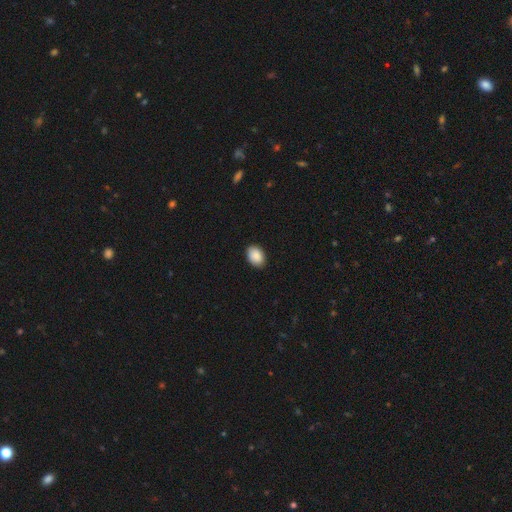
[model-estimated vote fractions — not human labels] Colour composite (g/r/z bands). It shows a smooth galaxy with no disk features (90%) that is in between round and cigar-shaped (82%). Merging: none (90%).